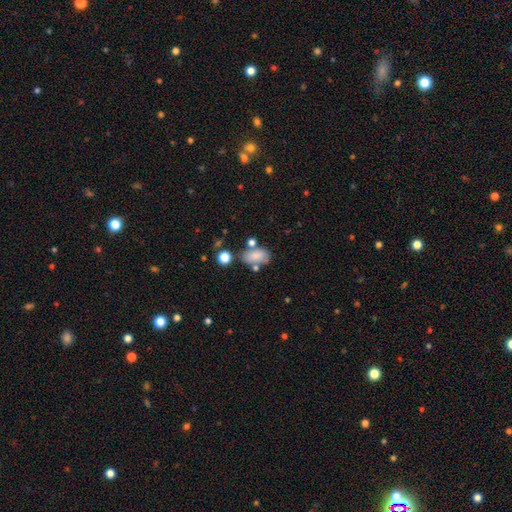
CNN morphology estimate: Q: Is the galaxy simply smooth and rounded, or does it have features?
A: smooth — 79%.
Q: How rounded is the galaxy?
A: in between — 89%.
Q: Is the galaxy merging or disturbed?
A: none — 55%.